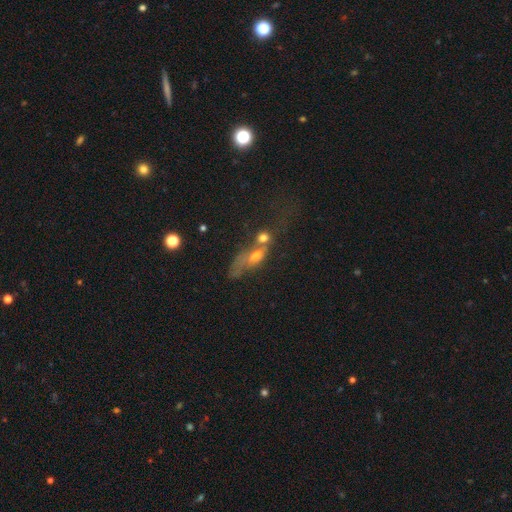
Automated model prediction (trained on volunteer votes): The model was most divided on "smooth or featured": smooth: 47%, featured or disk: 37%, star or artifact: 16%. Remaining: merging — merger (50%).